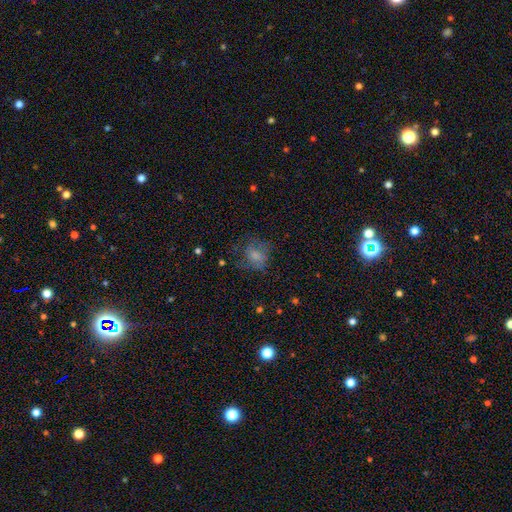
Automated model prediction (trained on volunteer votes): Q: Smooth or featured?
A: smooth (67%); runner-up: featured or disk (21%)
Q: How rounded?
A: round (55%); runner-up: in between (44%)
Q: Merging?
A: none (53%); runner-up: minor disturbance (24%)